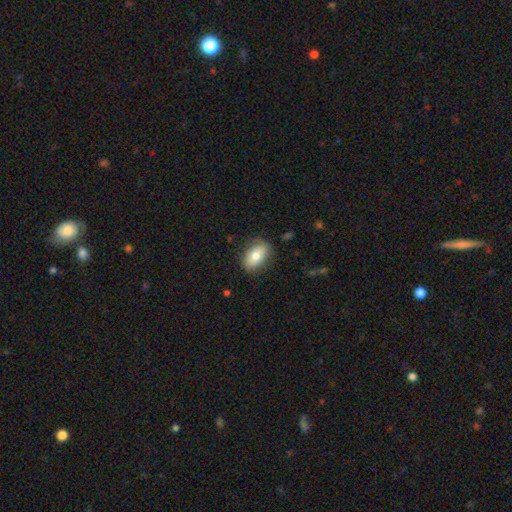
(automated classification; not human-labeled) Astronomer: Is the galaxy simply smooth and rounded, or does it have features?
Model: smooth — 75%.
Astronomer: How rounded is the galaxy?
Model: in between — 88%.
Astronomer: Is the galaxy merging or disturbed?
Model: none — 82%.